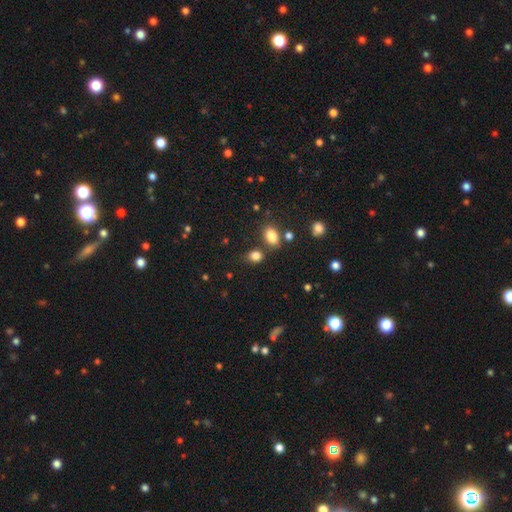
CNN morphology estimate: This appears to be a smooth galaxy with no disk features (82%) that is in between round and cigar-shaped (67%). Merging: none (69%).